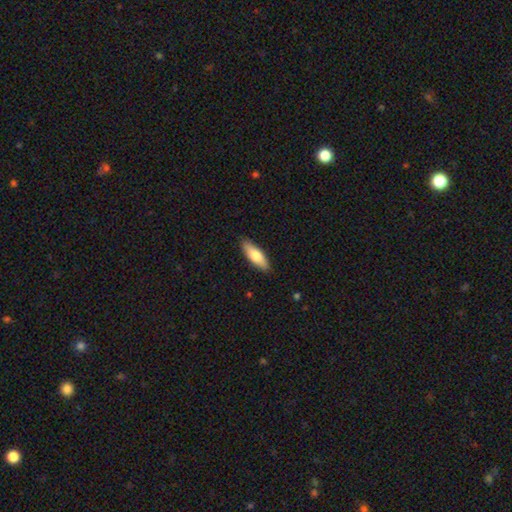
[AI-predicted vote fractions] Smooth or featured? smooth (72%)
How rounded? in between (57%)
Merging? none (89%)